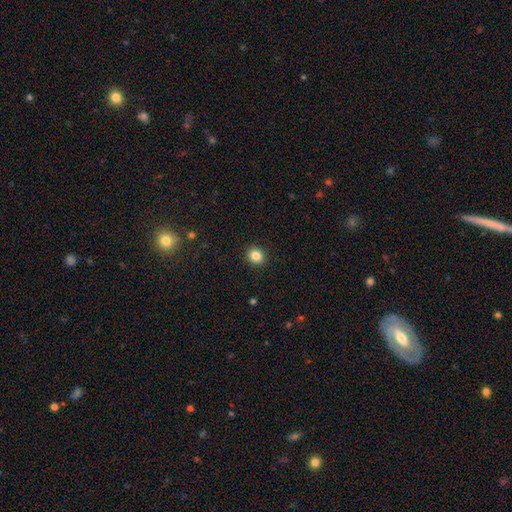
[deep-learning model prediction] This is clearly a smooth galaxy (85%). How rounded: clearly round (81%). Merging: clearly none (92%).